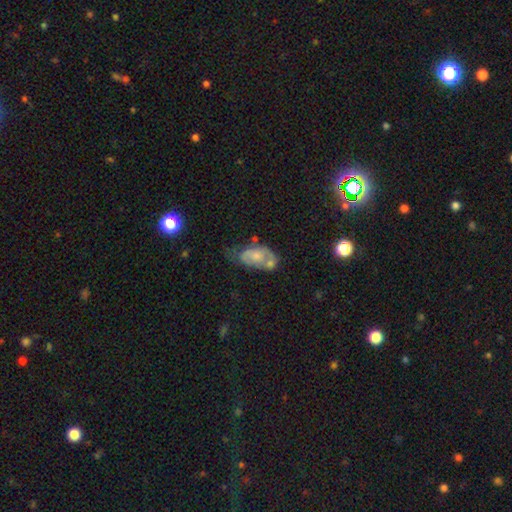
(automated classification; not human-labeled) Smooth or featured? Predicted: smooth (p=0.49). Merging? Predicted: minor disturbance (p=0.27, tied with none).